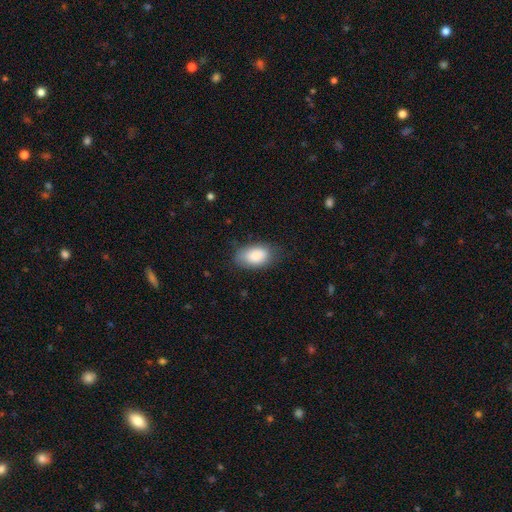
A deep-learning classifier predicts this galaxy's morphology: Smooth or featured: smooth — 87% (featured or disk — 6%)
How rounded: in between — 93% (round — 5%)
Merging: none — 74% (minor disturbance — 20%)